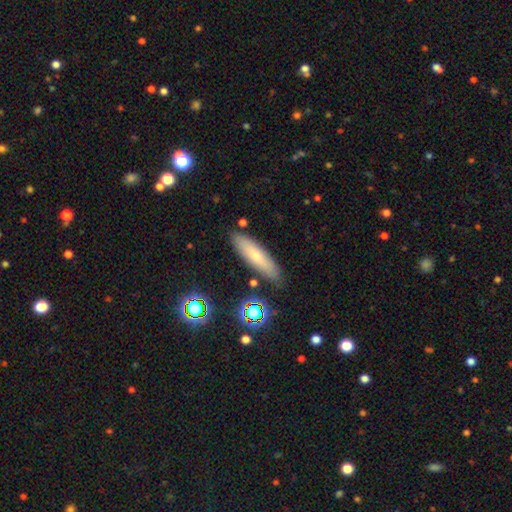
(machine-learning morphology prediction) Smooth or featured: smooth — 64% (featured or disk — 26%)
How rounded: cigar-shaped — 70% (in between — 28%)
Merging: none — 85% (minor disturbance — 10%)